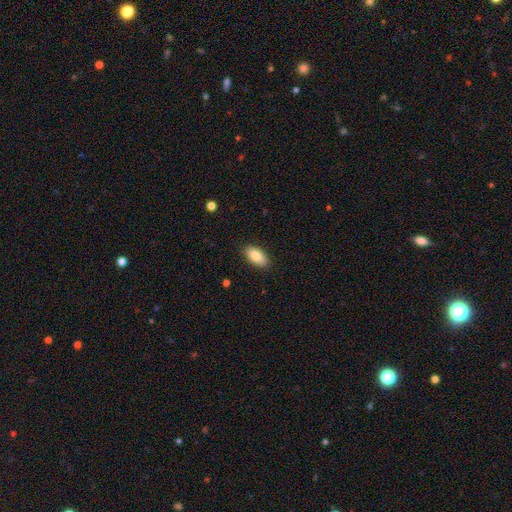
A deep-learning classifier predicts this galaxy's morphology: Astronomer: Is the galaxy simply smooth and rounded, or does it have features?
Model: smooth — 86%.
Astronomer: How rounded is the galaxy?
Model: in between — 92%.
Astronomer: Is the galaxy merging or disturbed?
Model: none — 88%.